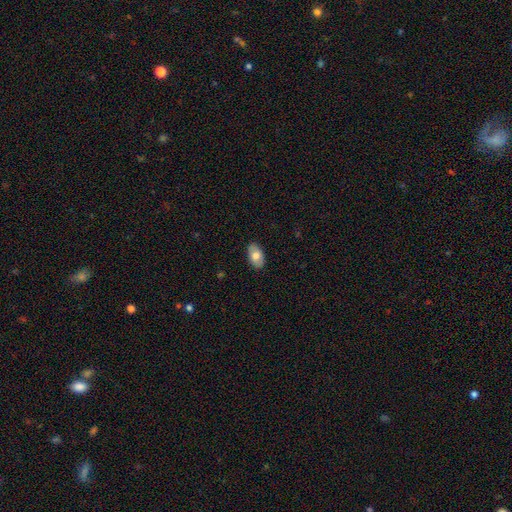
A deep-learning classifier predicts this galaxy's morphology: smooth_or_featured: smooth (p=0.75) [alt: featured or disk p=0.18]
how_rounded: in between (p=0.94) [alt: round p=0.04]
merging: none (p=0.88) [alt: minor disturbance p=0.09]